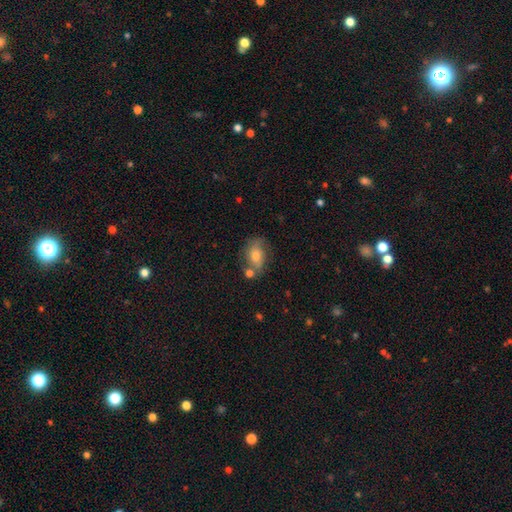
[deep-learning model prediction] This is possibly a smooth galaxy (56%). How rounded: likely in between (75%). Merging: possibly none (57%).